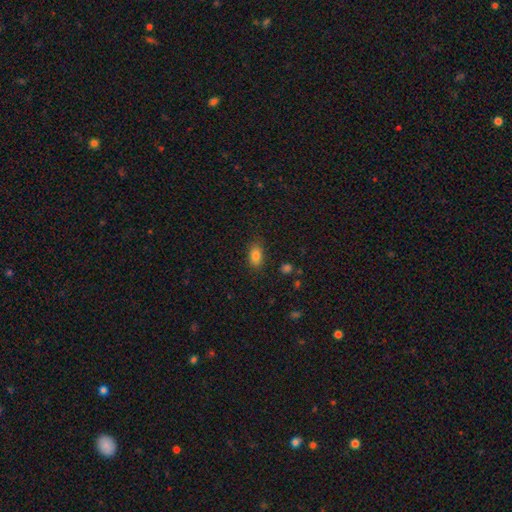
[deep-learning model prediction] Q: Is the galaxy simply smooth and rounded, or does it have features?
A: smooth — 83%.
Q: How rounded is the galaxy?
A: in between — 86%.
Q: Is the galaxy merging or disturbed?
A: none — 83%.